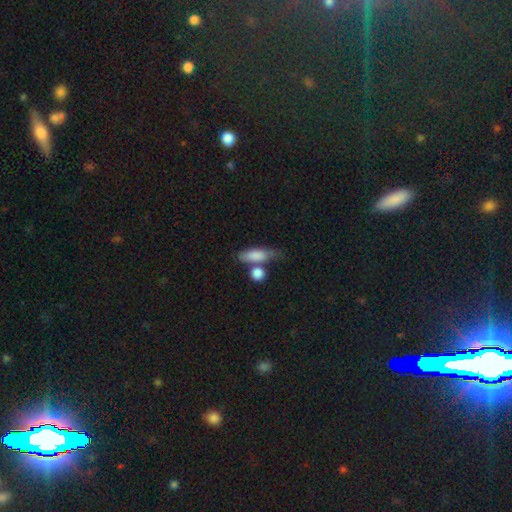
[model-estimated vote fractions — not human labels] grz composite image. It shows a smooth galaxy with no disk features (80%) that is in between round and cigar-shaped (64%). Merging: none (44%).